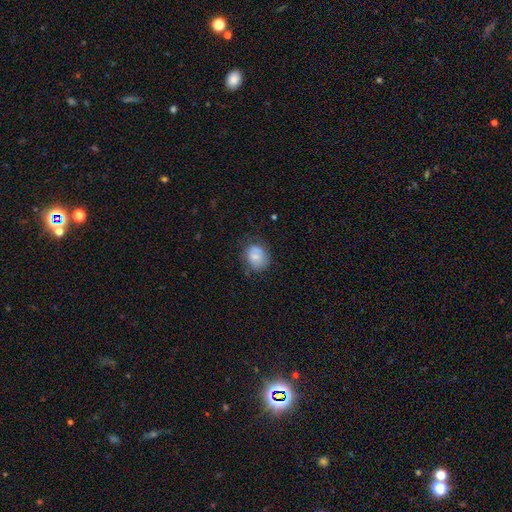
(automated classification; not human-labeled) This is likely a smooth galaxy (71%). How rounded: likely round (63%). Merging: likely none (62%).